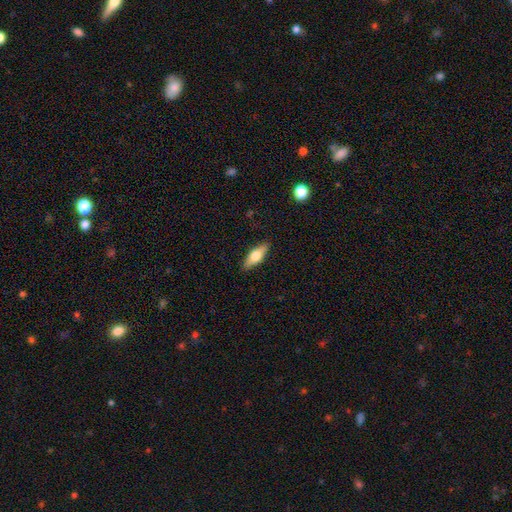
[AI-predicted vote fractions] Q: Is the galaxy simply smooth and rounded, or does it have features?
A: smooth — 53%.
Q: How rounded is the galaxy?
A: in between — 59%.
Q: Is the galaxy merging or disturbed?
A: none — 88%.